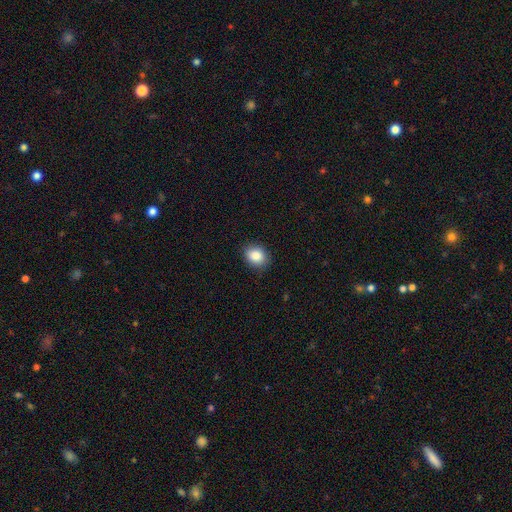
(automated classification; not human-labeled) Smooth or featured? Predicted: smooth (p=0.87). How rounded? Predicted: in between (p=0.52). Merging? Predicted: none (p=0.87).